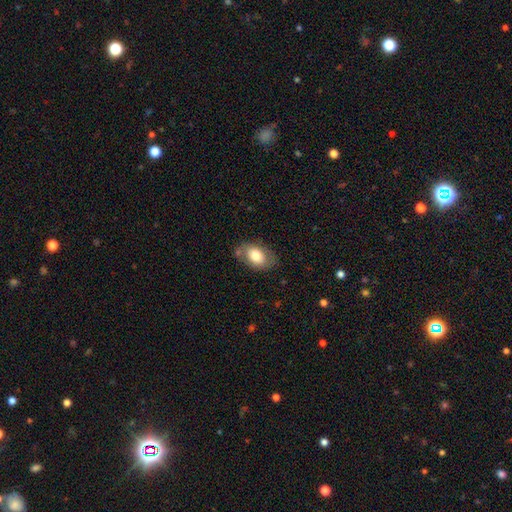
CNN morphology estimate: A smooth galaxy with no disk features (73%) that is in between round and cigar-shaped (87%).

Vote fractions:
- Smooth or featured? smooth: 73% / featured or disk: 20% / star or artifact: 7%
- How rounded? in between: 87% / round: 12% / cigar-shaped: 1%
- Merging? none: 68% / minor disturbance: 21% / major disturbance: 7% / merger: 4%